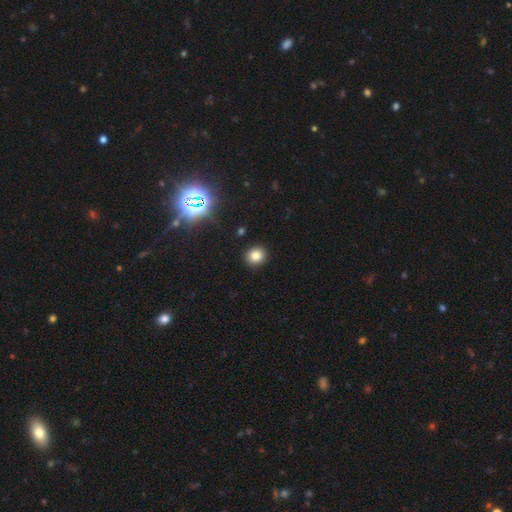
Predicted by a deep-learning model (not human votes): Smooth or featured?
  - smooth: 80% *
  - star or artifact: 14%
  - featured or disk: 6%
How rounded?
  - round: 85% *
  - in between: 14%
  - cigar-shaped: 1%
Merging?
  - none: 91% *
  - minor disturbance: 6%
  - major disturbance: 2%
  - merger: 1%